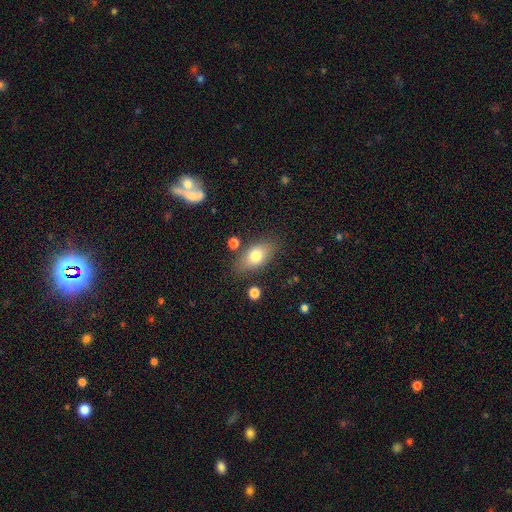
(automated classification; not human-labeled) smooth 76%, featured or disk 16%, star or artifact 8%. Down the decision tree: how rounded — in between (87%); merging — none (78%).